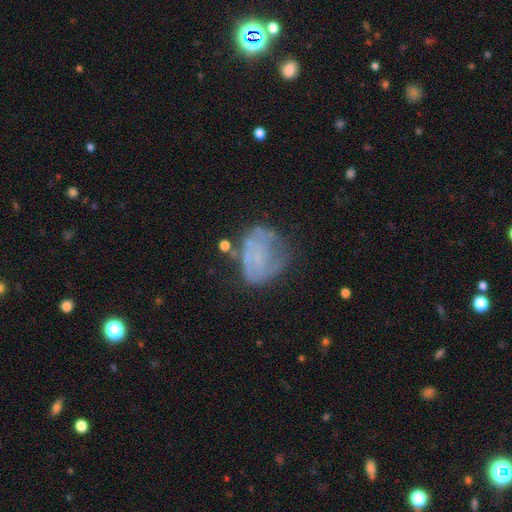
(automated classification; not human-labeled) Q: Smooth or featured?
A: featured or disk (56%); runner-up: smooth (30%)
Q: Edge-on disk?
A: no (98%); runner-up: yes (2%)
Q: Bar?
A: no (78%); runner-up: weak (17%)
Q: Spiral arms?
A: no (50%); tied with: yes (50%)
Q: Bulge size?
A: none (62%); runner-up: small (28%)
Q: Merging?
A: none (48%); runner-up: minor disturbance (25%)